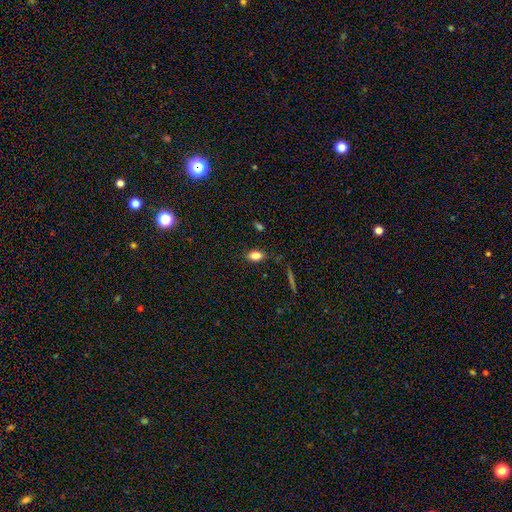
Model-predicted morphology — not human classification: This appears to be a smooth galaxy with no disk features (80%) that is in between round and cigar-shaped (87%). Merging: none (82%).